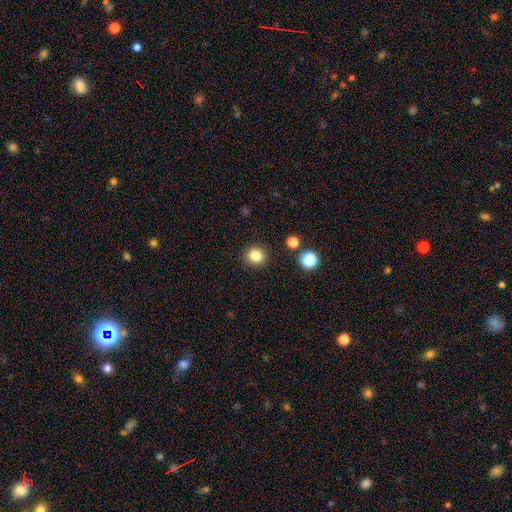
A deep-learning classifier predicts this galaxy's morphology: A smooth galaxy with no disk features (83%) that is round (87%).

Vote fractions:
- Smooth or featured? smooth: 83% / star or artifact: 12% / featured or disk: 5%
- How rounded? round: 87% / in between: 13% / cigar-shaped: 1%
- Merging? none: 90% / minor disturbance: 6% / major disturbance: 2% / merger: 2%